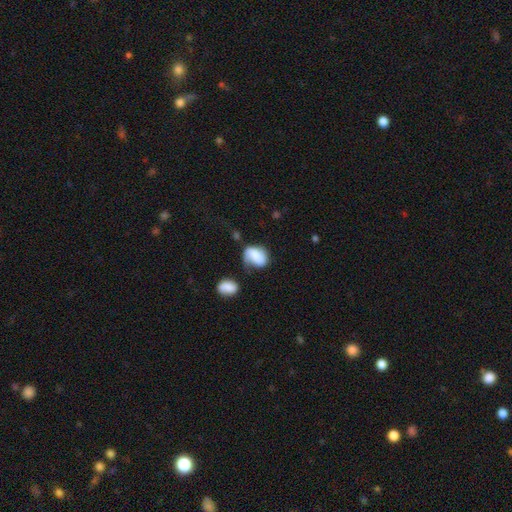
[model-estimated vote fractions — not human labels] A smooth galaxy with no disk features (66%) that is in between round and cigar-shaped (74%). Merging: none (34%).